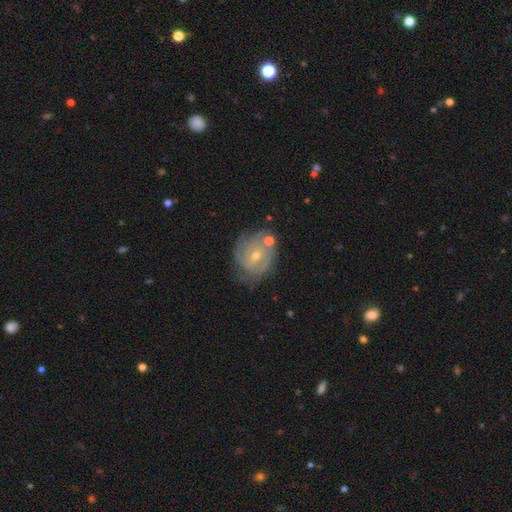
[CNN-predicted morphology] This is likely a featured or disk galaxy (78%). It is clearly not viewed edge-on (97%). Bar: possibly no (56%). Spiral arm pattern: clearly yes (90%). Spiral arm count: marginally can't tell (34%). Spiral winding: likely tight (64%). Central bulge: possibly small (57%). Merging: likely none (65%).